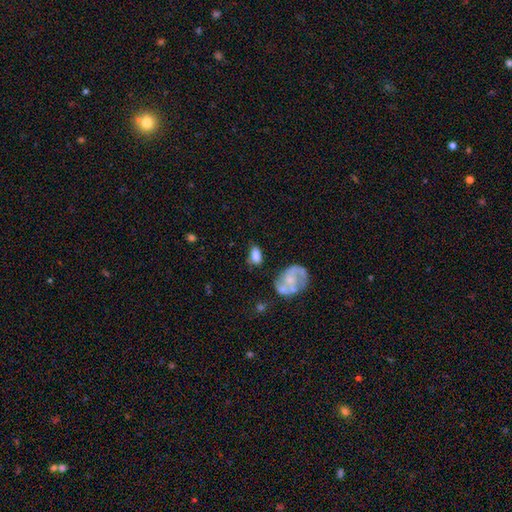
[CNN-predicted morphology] This is likely a smooth galaxy (76%). How rounded: clearly in between (86%). Merging: possibly none (59%).